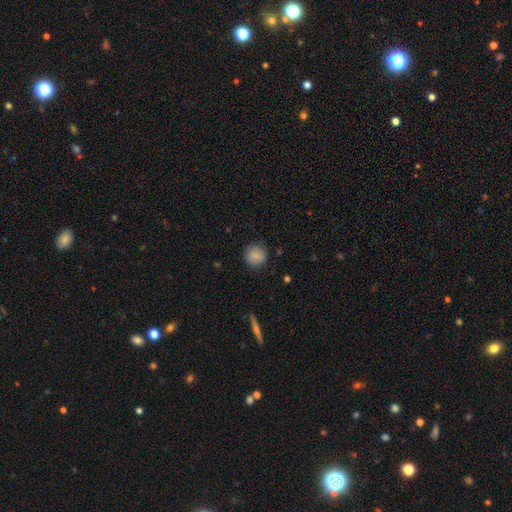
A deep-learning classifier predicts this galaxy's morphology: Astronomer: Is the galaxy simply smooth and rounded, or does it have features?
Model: smooth — 84%.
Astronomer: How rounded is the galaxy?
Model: round — 91%.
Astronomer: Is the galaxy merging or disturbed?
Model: none — 85%.